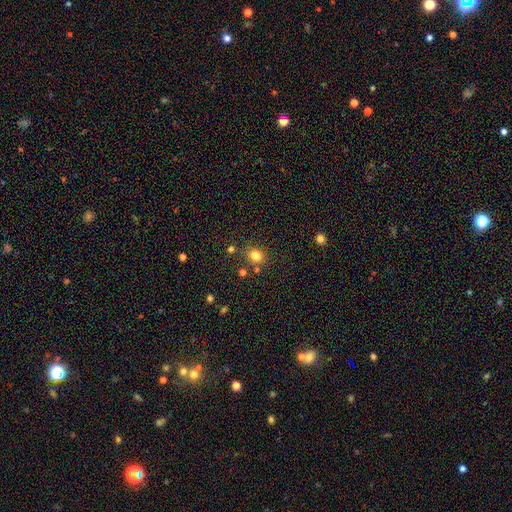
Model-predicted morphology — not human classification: Smooth or featured?
  - smooth: 80% *
  - star or artifact: 14%
  - featured or disk: 6%
How rounded?
  - round: 66% *
  - in between: 33%
  - cigar-shaped: 1%
Merging?
  - none: 77% *
  - minor disturbance: 12%
  - merger: 8%
  - major disturbance: 4%